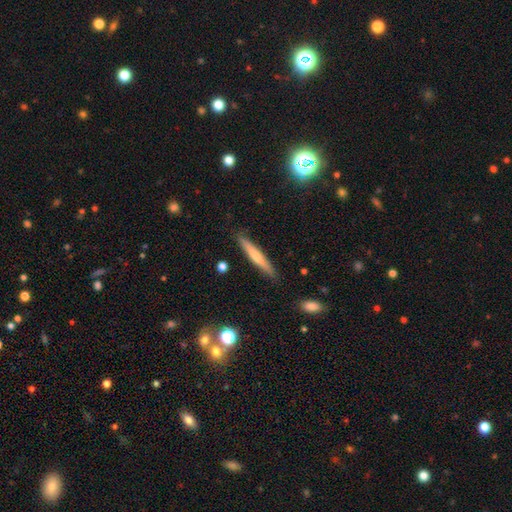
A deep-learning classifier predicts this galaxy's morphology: A smooth galaxy with no disk features (49%). Merging: none (90%).